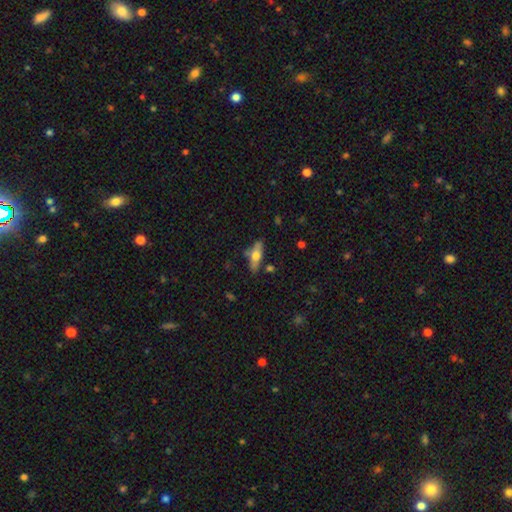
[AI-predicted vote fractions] Smooth or featured? smooth (56%)
How rounded? in between (55%)
Merging? none (72%)